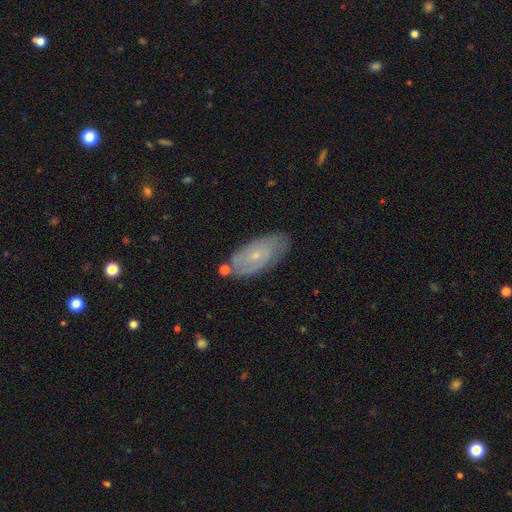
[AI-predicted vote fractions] Morphology: type=featured or disk (61%); edge-on=no (91%); bar=no (75%); spiral arms=yes (76%); bulge=small (77%); merging=none (74%).